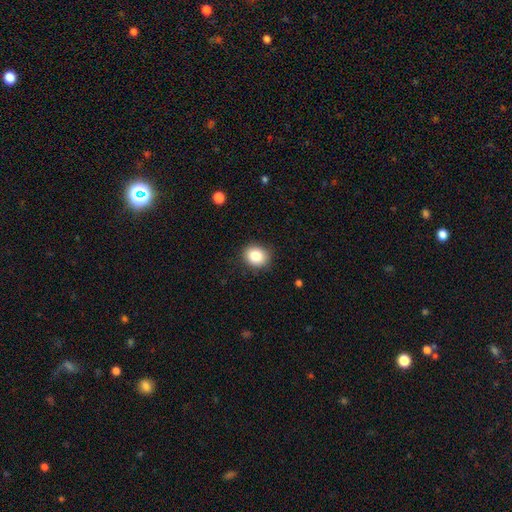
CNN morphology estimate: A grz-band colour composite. It shows a smooth galaxy with no disk features (84%) that is round (67%). Merging: none (87%).